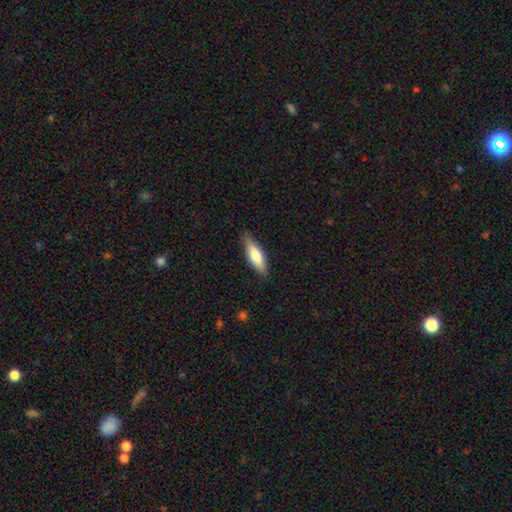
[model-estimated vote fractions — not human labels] Smooth or featured: smooth — 69% (featured or disk — 26%)
How rounded: cigar-shaped — 51% (in between — 47%)
Merging: none — 82% (minor disturbance — 14%)